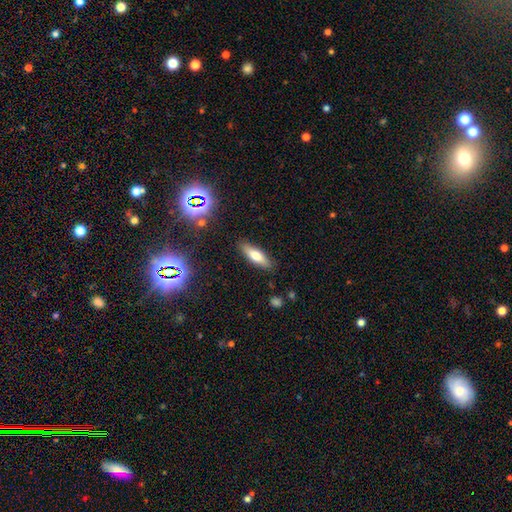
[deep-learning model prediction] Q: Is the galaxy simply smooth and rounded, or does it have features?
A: smooth — 62%.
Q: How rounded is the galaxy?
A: cigar-shaped — 53%.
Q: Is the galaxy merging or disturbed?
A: none — 87%.